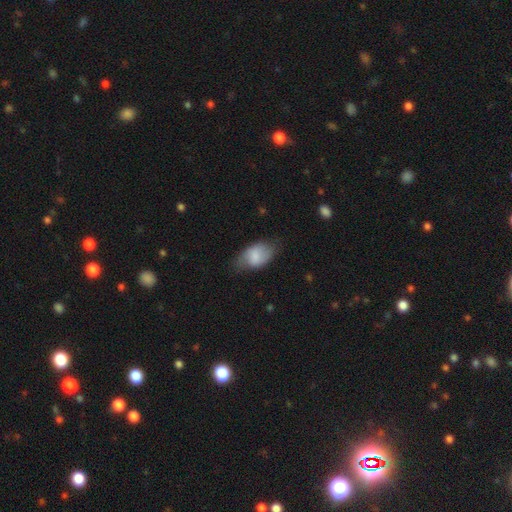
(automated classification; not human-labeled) Morphology: type=smooth (75%); roundness=in between (89%); merging=none (61%).